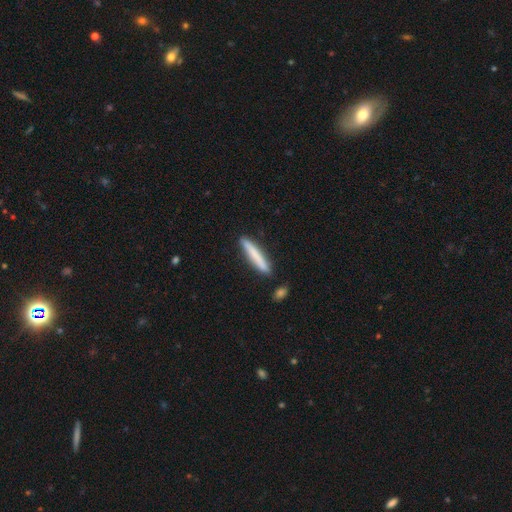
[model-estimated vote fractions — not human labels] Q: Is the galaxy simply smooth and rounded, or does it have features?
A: smooth — 72%.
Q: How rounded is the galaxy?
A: cigar-shaped — 94%.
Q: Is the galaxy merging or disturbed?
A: none — 86%.